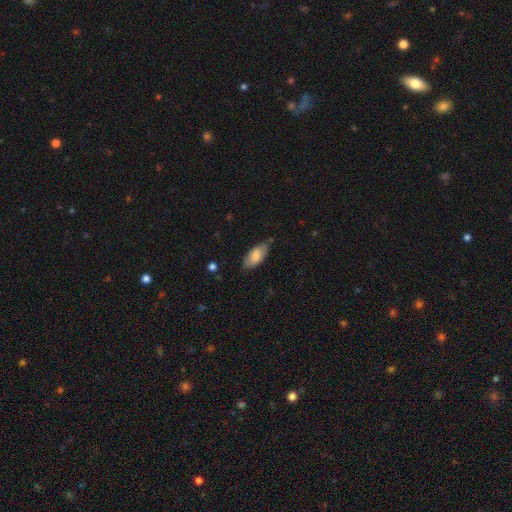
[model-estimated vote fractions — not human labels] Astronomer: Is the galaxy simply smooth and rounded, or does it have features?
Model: smooth — 79%.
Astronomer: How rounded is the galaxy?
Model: in between — 88%.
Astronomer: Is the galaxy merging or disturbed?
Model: none — 71%.